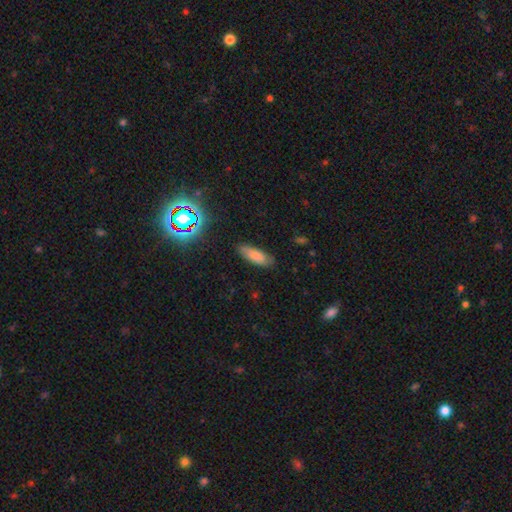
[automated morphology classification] Smooth or featured: smooth — 77% (featured or disk — 13%)
How rounded: in between — 66% (cigar-shaped — 32%)
Merging: none — 82% (minor disturbance — 14%)